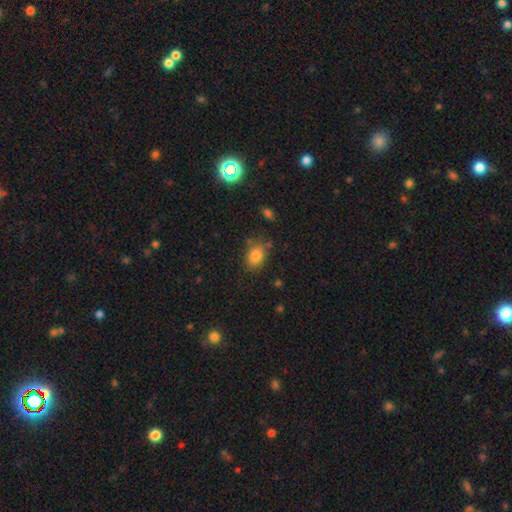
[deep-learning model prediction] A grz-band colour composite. It shows a smooth galaxy with no disk features (82%) that is in between round and cigar-shaped (70%). Merging: none (75%).